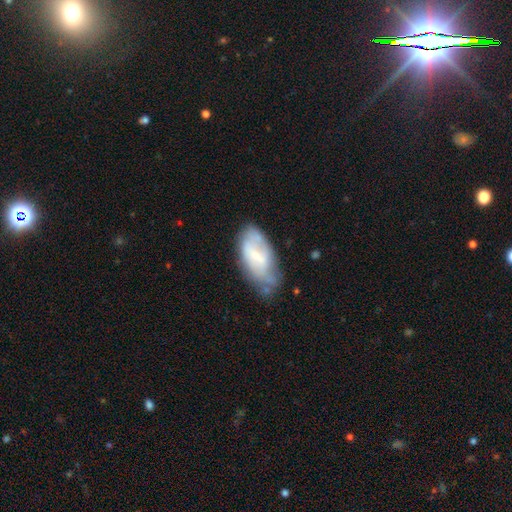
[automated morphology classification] smooth-or-featured: featured or disk: 47% | smooth: 45% | star or artifact: 8%
  merging: none: 49% | minor disturbance: 34% | major disturbance: 13% | merger: 5%